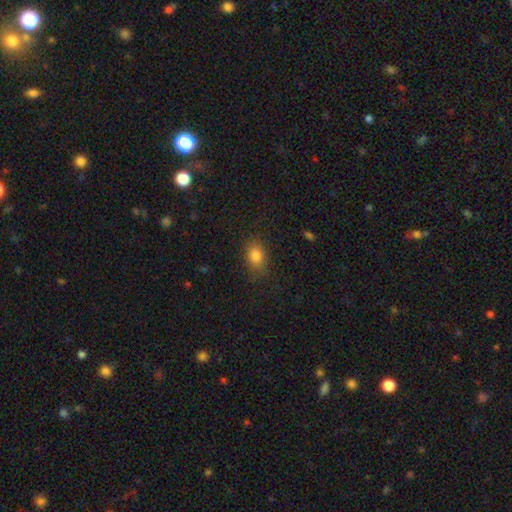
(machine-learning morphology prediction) The model was most divided on "how rounded": in between: 74%, round: 24%, cigar-shaped: 2%. More confident: smooth or featured — smooth (83%); merging — none (79%).